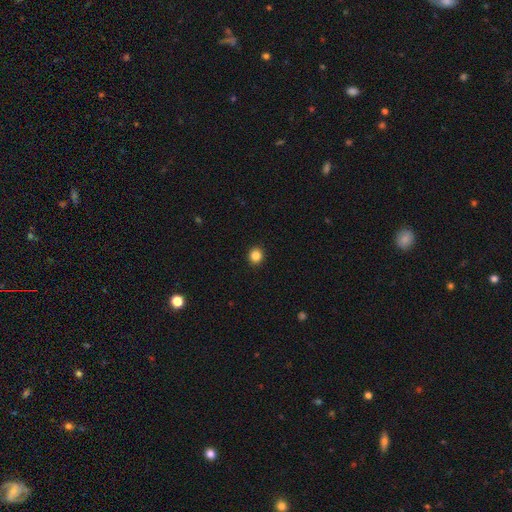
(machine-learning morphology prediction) Overall: smooth (85%). How rounded: round (87%). Merging: none (93%).